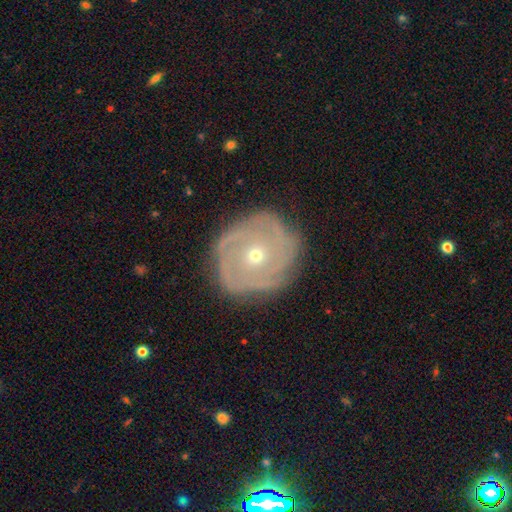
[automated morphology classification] Overall: featured or disk (80%). Edge-on disk: no (96%). Bar: no (76%). Spiral arms: yes (87%). Spiral arm count: can't tell (30%; 3 25%). Spiral winding: tight (69%). Bulge size: small (66%; moderate 31%). Merging: none (76%).